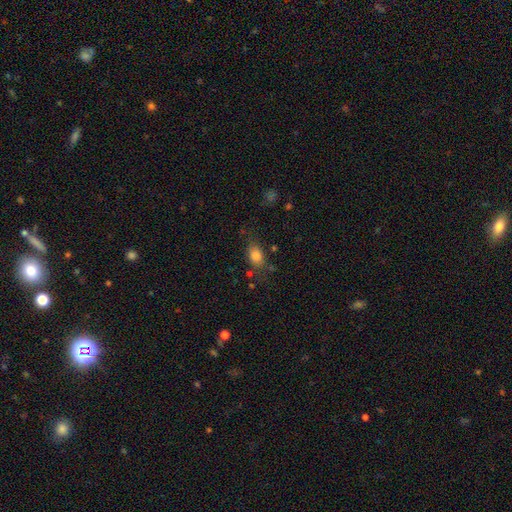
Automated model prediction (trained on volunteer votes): The model was most divided on "merging": none: 67%, minor disturbance: 21%, major disturbance: 8%, merger: 4%. More confident: smooth or featured — smooth (83%); how rounded — in between (76%).